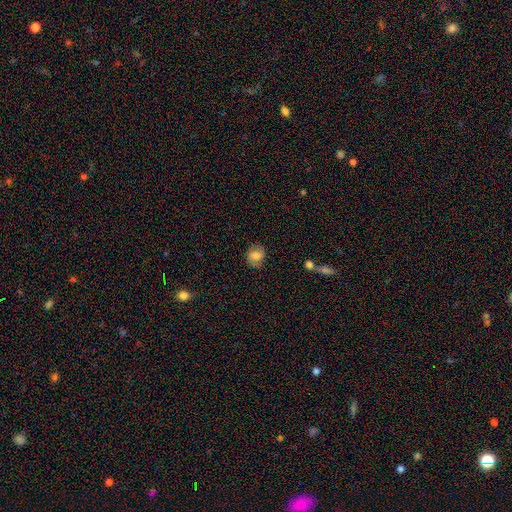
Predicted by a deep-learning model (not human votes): The model was most divided on "how rounded": round: 60%, in between: 39%, cigar-shaped: 1%. More confident: merging — none (75%); smooth or featured — smooth (71%).